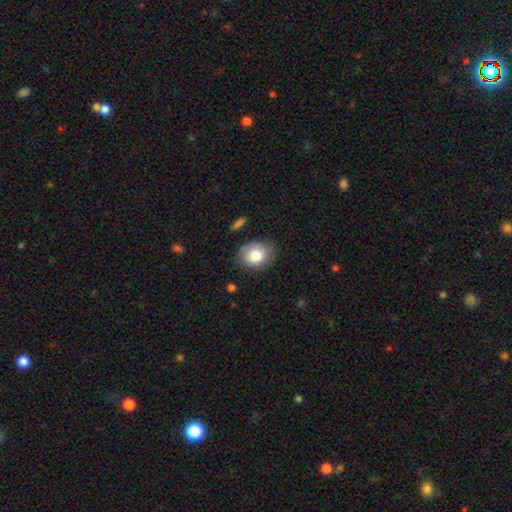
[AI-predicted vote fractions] This is likely a smooth galaxy (79%). How rounded: possibly in between (55%). Merging: likely none (72%).